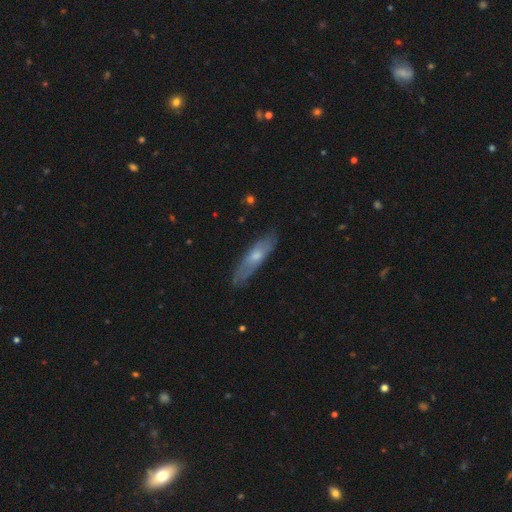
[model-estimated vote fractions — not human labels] Smooth or featured: featured or disk — 47% (smooth — 46%)
Merging: none — 80% (minor disturbance — 16%)